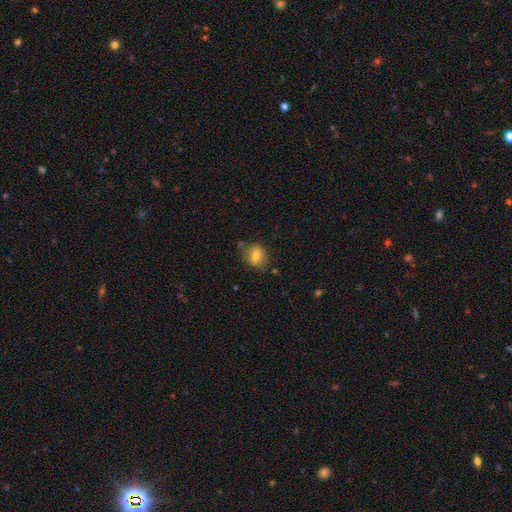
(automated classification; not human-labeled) smooth_or_featured: smooth (p=0.74) [alt: featured or disk p=0.17]
how_rounded: in between (p=0.54) [alt: round p=0.45]
merging: none (p=0.72) [alt: minor disturbance p=0.18]